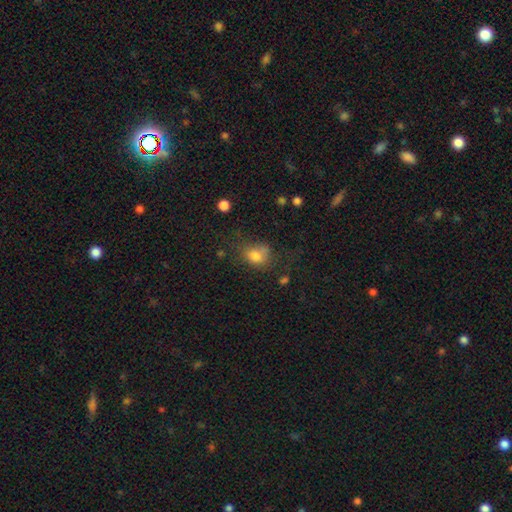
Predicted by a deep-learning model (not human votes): Q: Smooth or featured?
A: smooth (78%); runner-up: star or artifact (12%)
Q: How rounded?
A: in between (51%); runner-up: round (48%)
Q: Merging?
A: none (48%); runner-up: minor disturbance (27%)